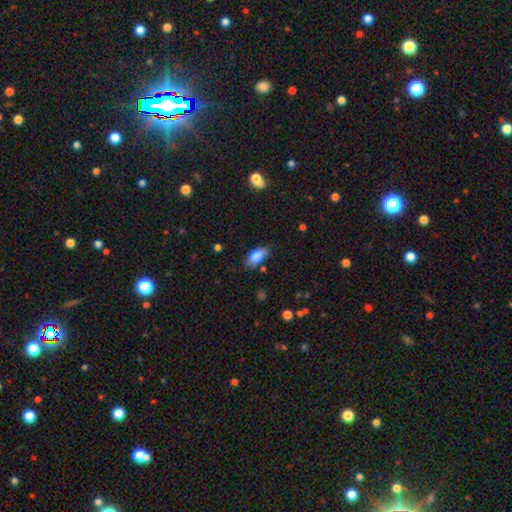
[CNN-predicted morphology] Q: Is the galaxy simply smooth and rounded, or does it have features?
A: smooth — 83%.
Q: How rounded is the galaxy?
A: in between — 87%.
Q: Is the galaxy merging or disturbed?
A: none — 78%.